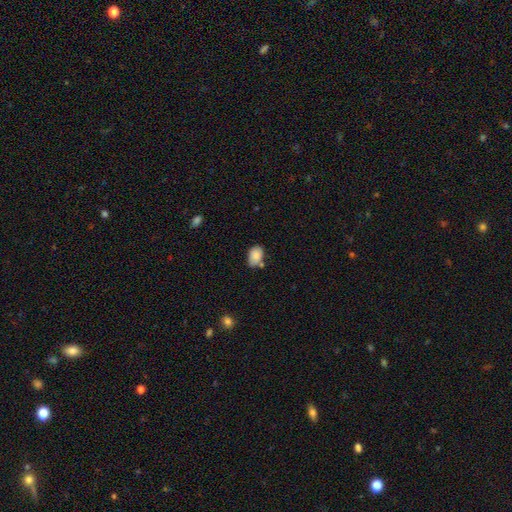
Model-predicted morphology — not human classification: smooth-or-featured: smooth: 86% | star or artifact: 8% | featured or disk: 6%
  how-rounded: in between: 83% | round: 16% | cigar-shaped: 1%
  merging: none: 60% | minor disturbance: 25% | merger: 11% | major disturbance: 5%